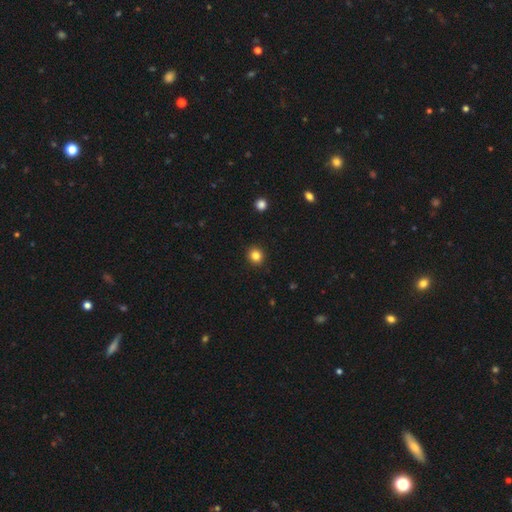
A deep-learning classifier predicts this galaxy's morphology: type=smooth (84%); roundness=round (87%); merging=none (92%).